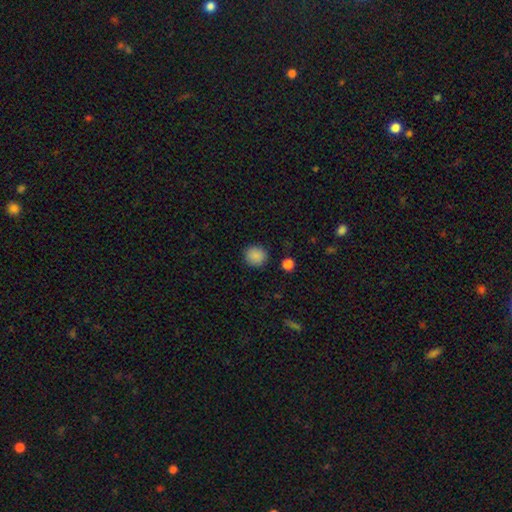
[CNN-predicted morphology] A smooth galaxy with no disk features (88%) that is round (89%). Merging: none (89%).